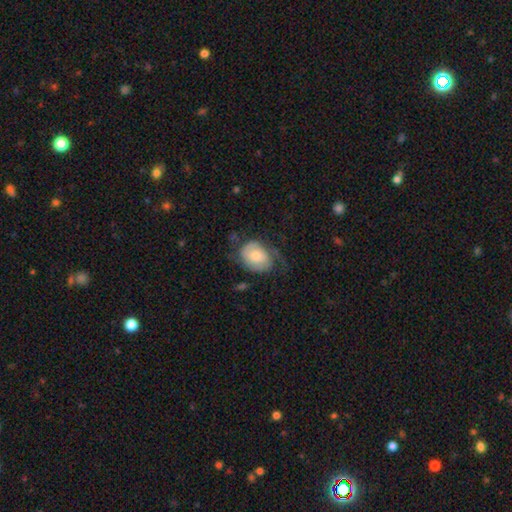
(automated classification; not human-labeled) Morphology: type=smooth (50%); roundness=in between (68%); merging=none (42%).